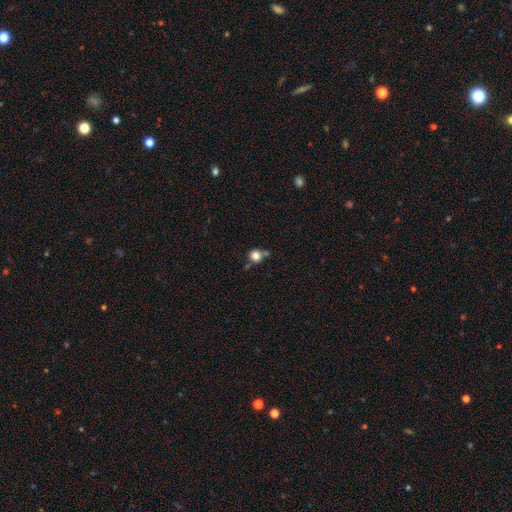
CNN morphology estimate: A smooth galaxy with no disk features (80%) that is round (87%). Merging: none (60%).